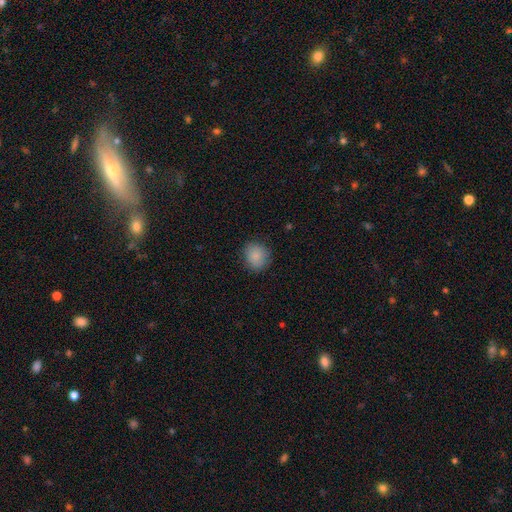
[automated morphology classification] type=smooth (87%); roundness=round (82%); merging=none (83%).